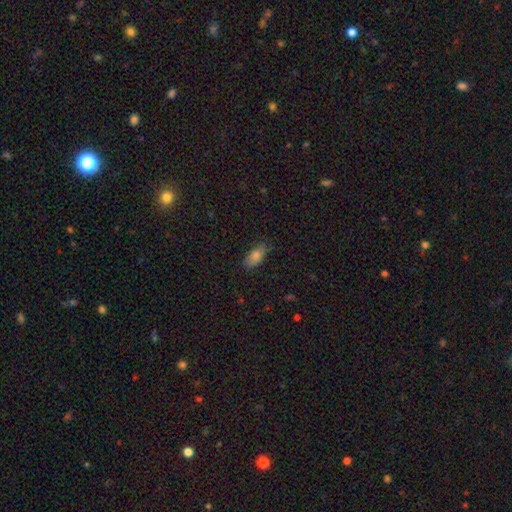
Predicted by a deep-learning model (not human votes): Smooth or featured?
  - smooth: 78% *
  - featured or disk: 12%
  - star or artifact: 10%
How rounded?
  - in between: 84% *
  - cigar-shaped: 12%
  - round: 3%
Merging?
  - none: 80% *
  - minor disturbance: 16%
  - major disturbance: 3%
  - merger: 1%